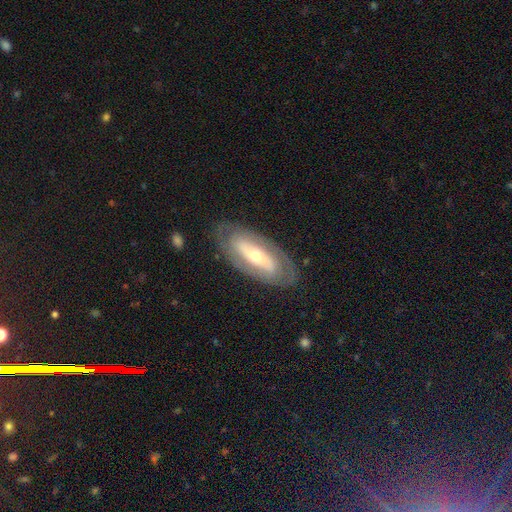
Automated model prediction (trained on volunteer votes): Smooth or featured?
  - featured or disk: 71% *
  - smooth: 24%
  - star or artifact: 5%
Edge-on disk?
  - no: 86% *
  - yes: 14%
Bar?
  - no: 47% *
  - strong: 32%
  - weak: 22%
Spiral arms?
  - yes: 56% *
  - no: 44%
Bulge size?
  - moderate: 47% * (tied)
  - small: 47% * (tied)
  - large: 4%
  - dominant: 1%
  - none: 1%
Merging?
  - none: 81% *
  - minor disturbance: 12%
  - major disturbance: 5%
  - merger: 1%